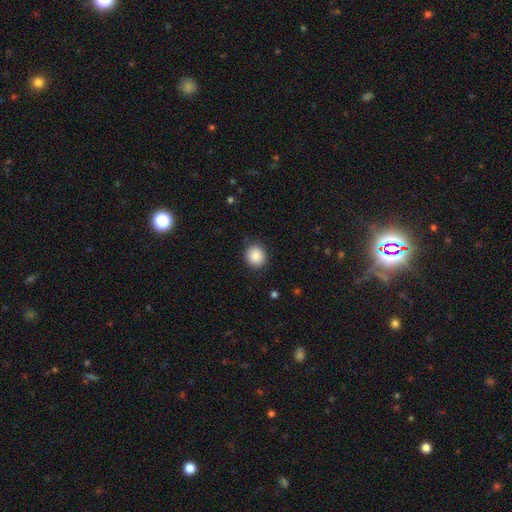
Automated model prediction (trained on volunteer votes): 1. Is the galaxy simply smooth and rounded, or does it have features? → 88% smooth, 8% star or artifact, 4% featured or disk.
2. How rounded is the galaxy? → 83% round, 16% in between, 1% cigar-shaped.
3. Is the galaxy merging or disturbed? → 89% none, 8% minor disturbance, 2% major disturbance, 1% merger.